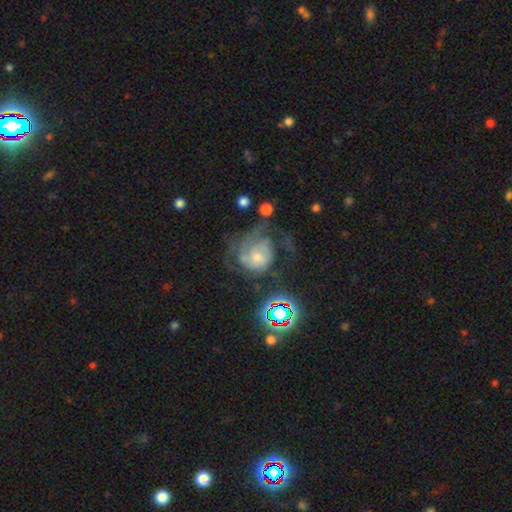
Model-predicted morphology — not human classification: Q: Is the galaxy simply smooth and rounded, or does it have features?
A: featured or disk — 71%.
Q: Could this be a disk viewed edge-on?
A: no — 98%.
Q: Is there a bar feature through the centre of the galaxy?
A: no — 75%.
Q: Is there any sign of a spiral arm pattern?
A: yes — 87%.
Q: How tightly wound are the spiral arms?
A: tight — 45%.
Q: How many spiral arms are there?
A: can't tell — 35%.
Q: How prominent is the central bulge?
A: small — 52%.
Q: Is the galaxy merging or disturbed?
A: none — 43%.